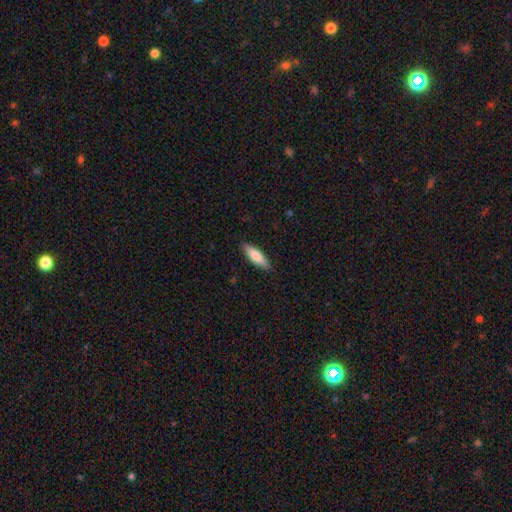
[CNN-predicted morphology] Overall: smooth (78%). How rounded: cigar-shaped (49%, tied with in between). Merging: none (88%).